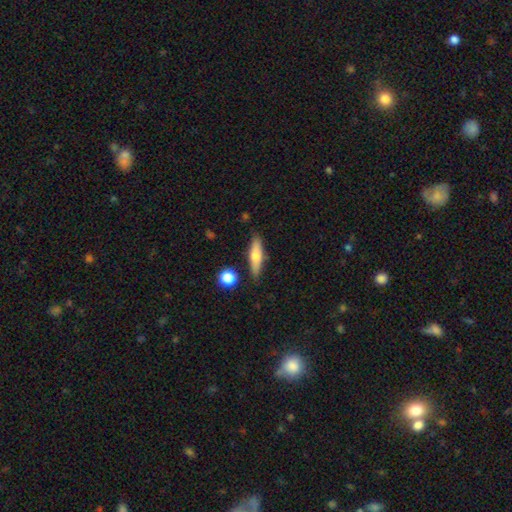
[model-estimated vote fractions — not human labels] Q: Smooth or featured?
A: smooth (62%); runner-up: featured or disk (31%)
Q: How rounded?
A: cigar-shaped (67%); runner-up: in between (30%)
Q: Merging?
A: none (83%); runner-up: minor disturbance (11%)